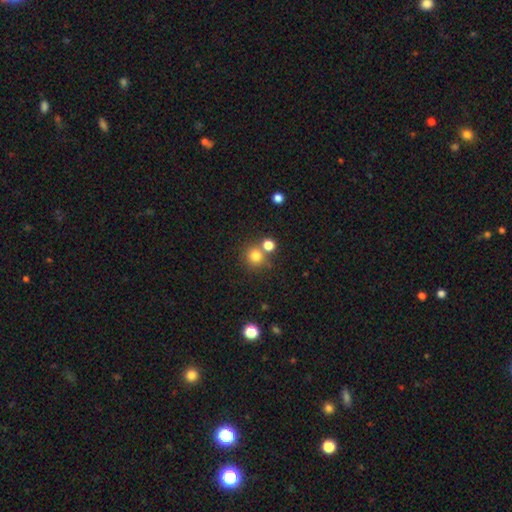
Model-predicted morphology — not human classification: Smooth or featured?
  - smooth: 78% *
  - star or artifact: 15%
  - featured or disk: 7%
How rounded?
  - round: 91% *
  - in between: 8%
  - cigar-shaped: 1%
Merging?
  - none: 67% *
  - merger: 22%
  - minor disturbance: 8%
  - major disturbance: 3%